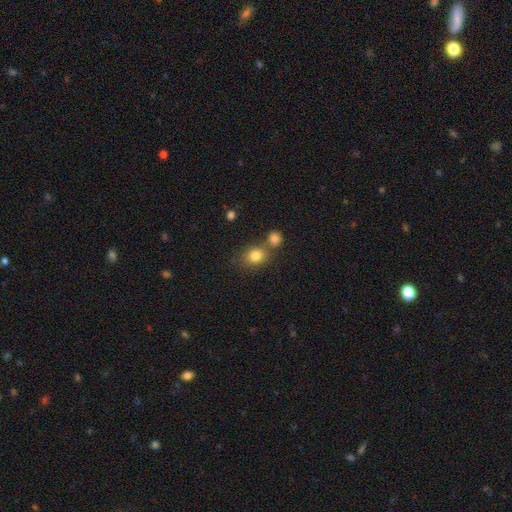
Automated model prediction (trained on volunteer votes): A smooth galaxy with no disk features (82%) that is round (60%). Merging: none (54%).